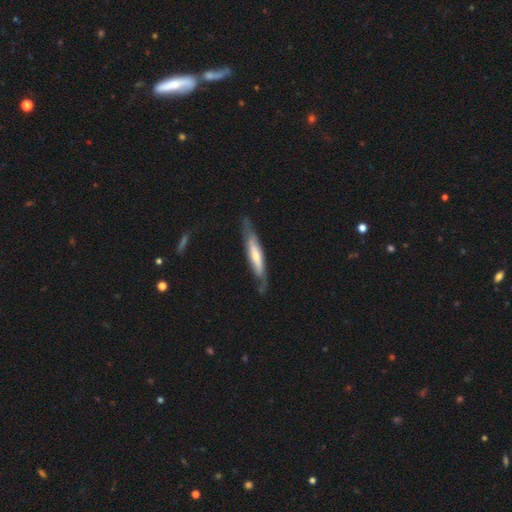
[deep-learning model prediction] This is possibly a featured or disk galaxy (58%). It is likely viewed edge-on (63%). Merging: likely none (68%).